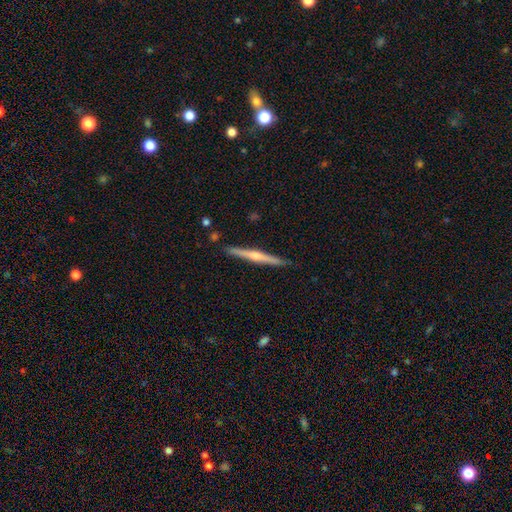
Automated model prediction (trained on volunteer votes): This is likely a featured or disk galaxy (75%). It is clearly viewed edge-on (98%). Edge-on bulge: likely rounded (79%). Merging: clearly none (90%).